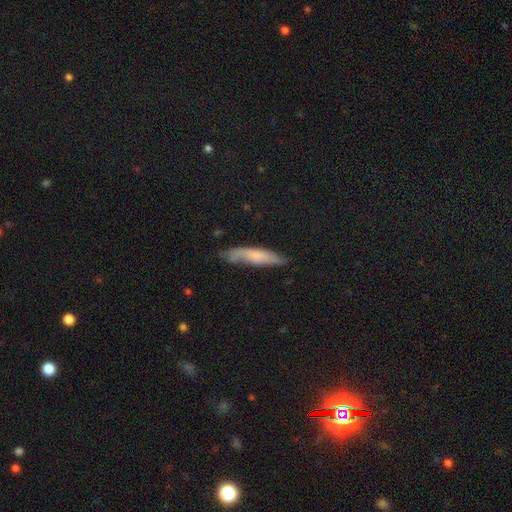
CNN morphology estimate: A smooth galaxy with no disk features (63%) that is cigar-shaped (77%).

Vote fractions:
- Smooth or featured? smooth: 63% / featured or disk: 30% / star or artifact: 7%
- How rounded? cigar-shaped: 77% / in between: 21% / round: 2%
- Merging? none: 65% / minor disturbance: 26% / major disturbance: 7% / merger: 3%